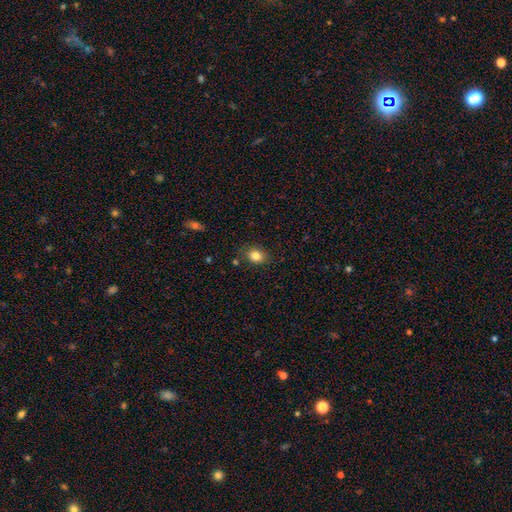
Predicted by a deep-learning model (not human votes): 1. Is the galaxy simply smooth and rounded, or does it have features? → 82% smooth, 11% star or artifact, 7% featured or disk.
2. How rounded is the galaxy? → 52% in between, 47% round, 1% cigar-shaped.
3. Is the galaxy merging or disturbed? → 83% none, 12% minor disturbance, 3% major disturbance, 2% merger.